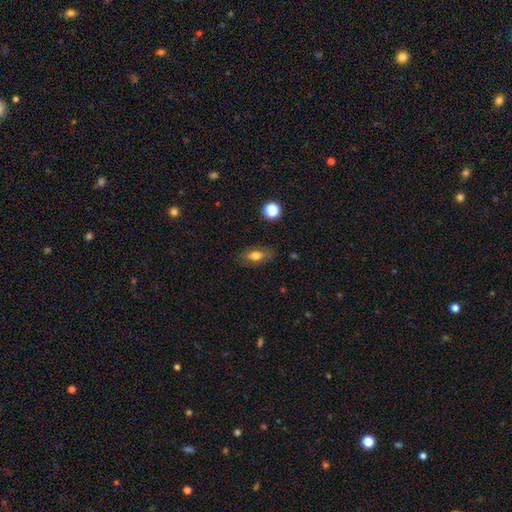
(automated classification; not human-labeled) Smooth or featured: smooth — 71% (featured or disk — 19%)
How rounded: in between — 79% (cigar-shaped — 12%)
Merging: none — 82% (minor disturbance — 13%)